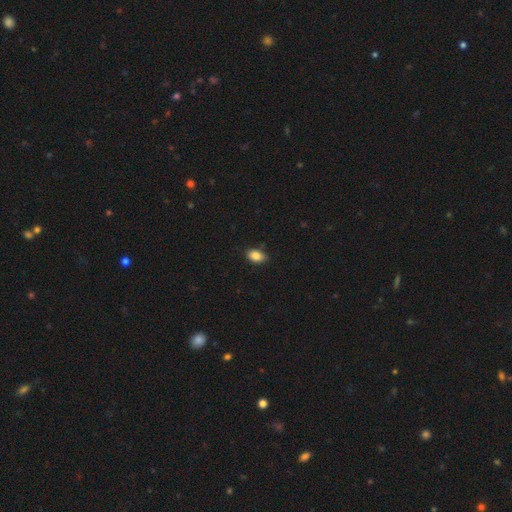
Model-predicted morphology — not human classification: type=smooth (87%); roundness=in between (86%); merging=none (83%).